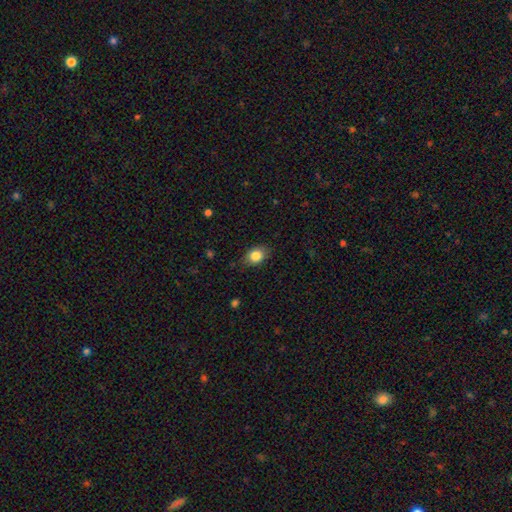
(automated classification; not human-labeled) A smooth galaxy with no disk features (84%) that is in between round and cigar-shaped (67%).

Vote fractions:
- Smooth or featured? smooth: 84% / star or artifact: 8% / featured or disk: 7%
- How rounded? in between: 67% / round: 32% / cigar-shaped: 1%
- Merging? none: 81% / minor disturbance: 15% / major disturbance: 3% / merger: 1%